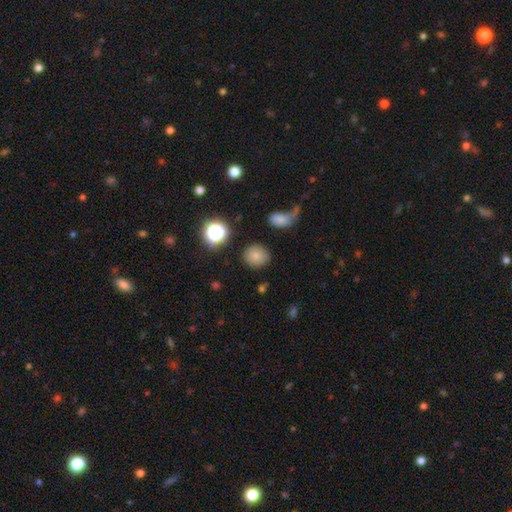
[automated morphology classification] Smooth or featured: smooth — 78% (star or artifact — 14%)
How rounded: round — 82% (in between — 17%)
Merging: none — 84% (minor disturbance — 10%)